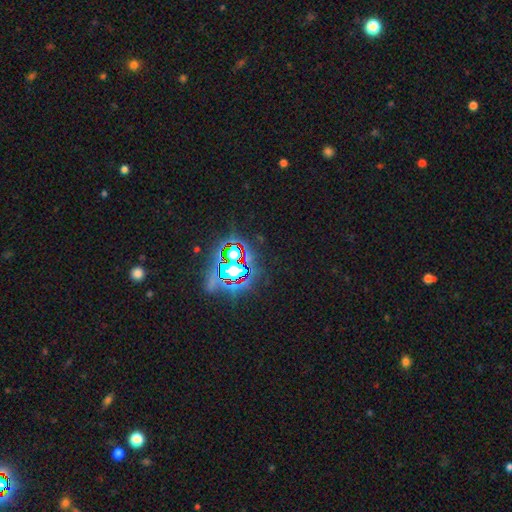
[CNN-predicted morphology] Smooth or featured? star or artifact (85%)